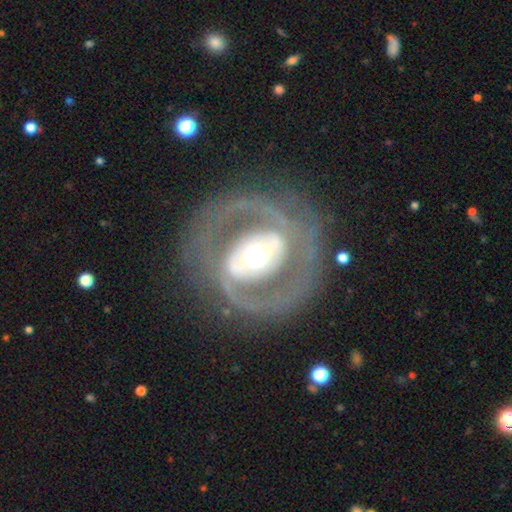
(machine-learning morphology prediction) Smooth or featured? featured or disk (80%)
Edge-on disk? no (95%)
Bar? no (44%)
Spiral arms? yes (62%)
Bulge size? moderate (48%)
Merging? none (74%)